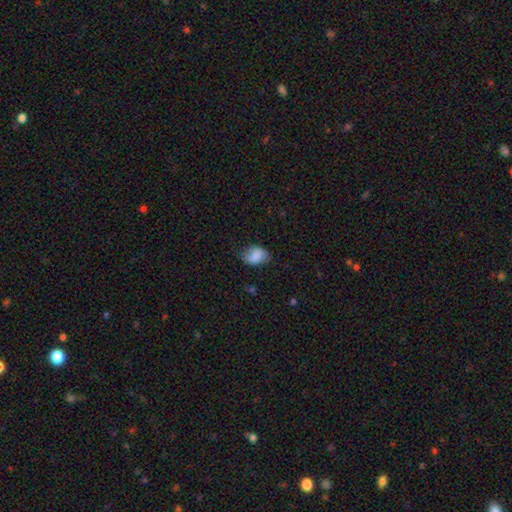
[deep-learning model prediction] Smooth or featured? smooth (71%)
How rounded? in between (81%)
Merging? none (58%)